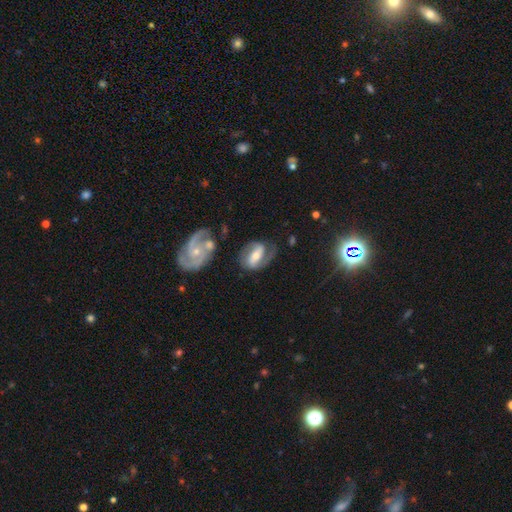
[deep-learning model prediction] A featured or disk galaxy (78%) with a strong bar (50%), 2 (82%) medium (48%) spiral arms (91%) and a moderate central bulge (55%).

Vote fractions:
- Smooth or featured? featured or disk: 78% / smooth: 17% / star or artifact: 6%
- Edge-on disk? no: 95% / yes: 5%
- Bar? strong: 50% / weak: 31% / no: 19%
- Spiral arms? yes: 91% / no: 9%
- Spiral winding? medium: 48% / tight: 30% / loose: 22%
- Spiral arm count? 2: 82% / 1: 9% / can't tell: 6% / 3: 2% / 4: 1% / more than 4: 1%
- Bulge size? moderate: 55% / small: 36% / large: 6% / none: 2% / dominant: 1%
- Merging? none: 62% / minor disturbance: 20% / major disturbance: 12% / merger: 6%